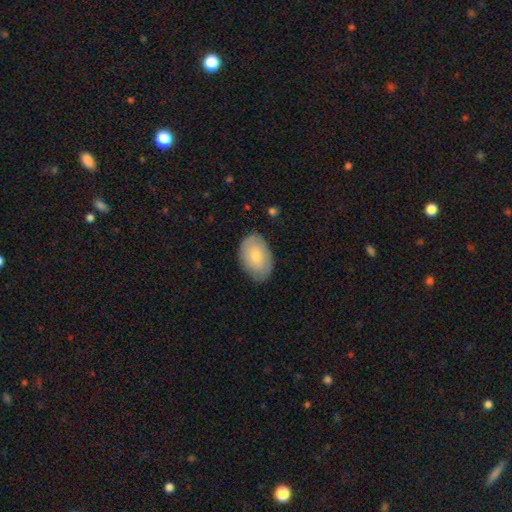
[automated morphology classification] smooth 75%, featured or disk 19%, star or artifact 6%. Down the decision tree: how rounded — in between (89%); merging — none (79%).